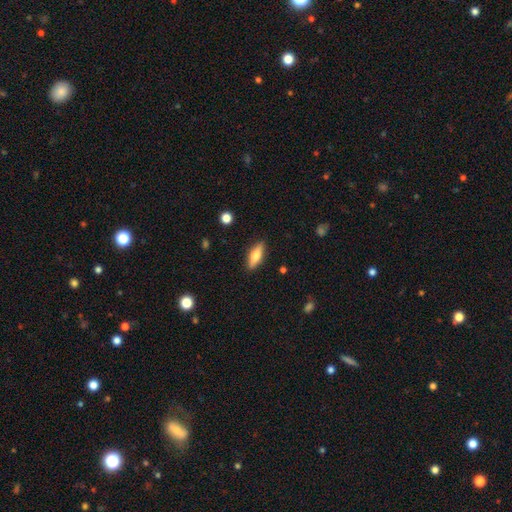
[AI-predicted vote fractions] Smooth or featured: smooth — 64% (featured or disk — 29%)
How rounded: in between — 56% (cigar-shaped — 42%)
Merging: none — 87% (minor disturbance — 9%)